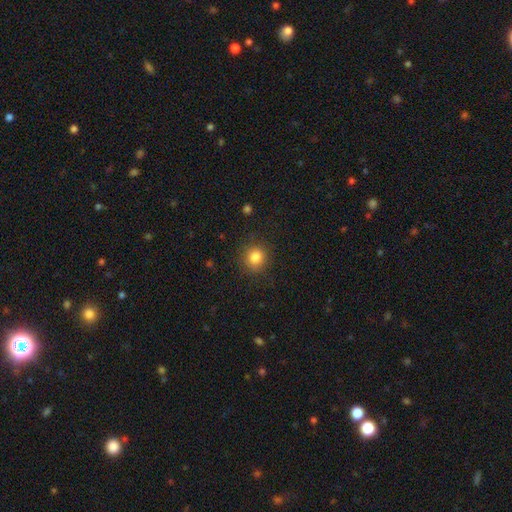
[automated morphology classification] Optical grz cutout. It shows a smooth galaxy with no disk features (83%) that is round (88%). Merging: none (87%).